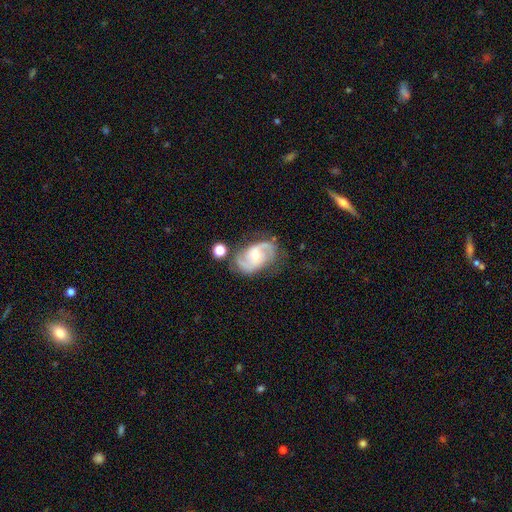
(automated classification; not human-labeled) The model was most divided on "bulge size": moderate: 54%, small: 41%, large: 3%, none: 1%, dominant: 1%. More confident: edge-on disk — no (97%); spiral arms — yes (96%); spiral arm count — 2 (86%); smooth or featured — featured or disk (86%); merging — none (67%); bar — no (52%); spiral winding — medium (52%).